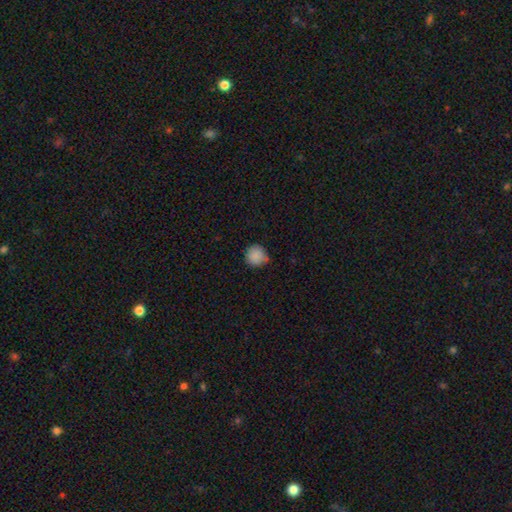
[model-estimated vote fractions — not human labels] Q: Smooth or featured?
A: smooth (88%); runner-up: star or artifact (9%)
Q: How rounded?
A: round (93%); runner-up: in between (6%)
Q: Merging?
A: none (75%); runner-up: minor disturbance (19%)